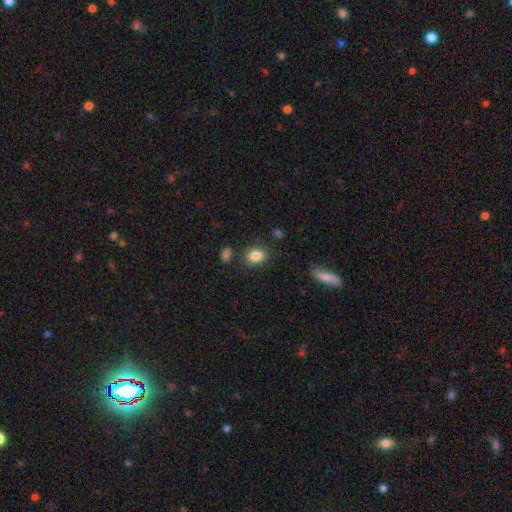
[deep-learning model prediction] The model was most divided on "how rounded": in between: 54%, round: 45%, cigar-shaped: 1%. More confident: smooth or featured — smooth (84%); merging — none (81%).